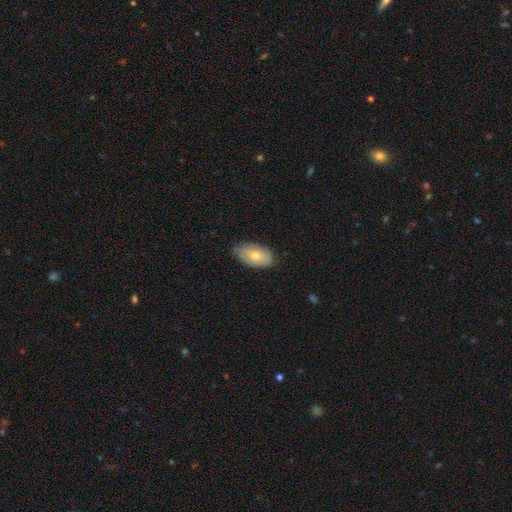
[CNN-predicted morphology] type=smooth (69%); roundness=in between (93%); merging=none (79%).